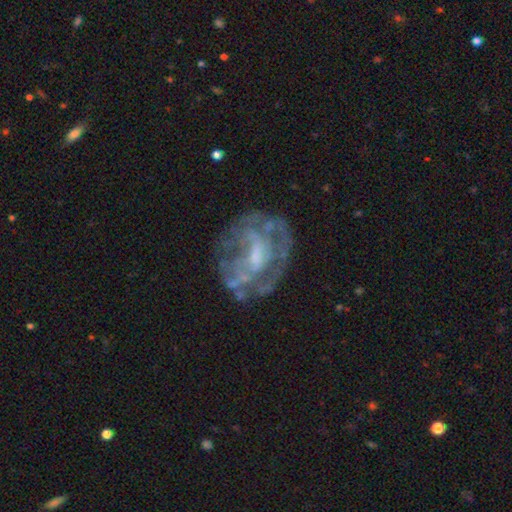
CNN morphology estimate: A featured or disk galaxy (75%) with no bar (47%), no spiral arms (57%) and a small central bulge (39%).

Vote fractions:
- Smooth or featured? featured or disk: 75% / smooth: 16% / star or artifact: 10%
- Edge-on disk? no: 97% / yes: 3%
- Bar? no: 47% / weak: 39% / strong: 13%
- Spiral arms? no: 57% / yes: 43%
- Bulge size? small: 39% / moderate: 33% / none: 23% / large: 4% / dominant: 1%
- Merging? none: 57% / major disturbance: 20% / minor disturbance: 19% / merger: 3%